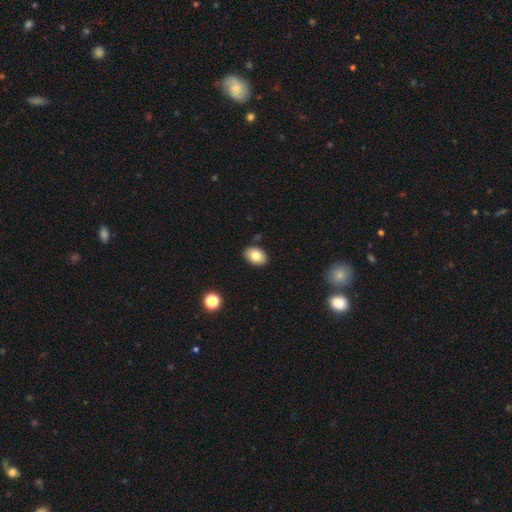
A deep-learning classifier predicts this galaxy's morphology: smooth_or_featured: smooth (p=0.80) [alt: featured or disk p=0.12]
how_rounded: in between (p=0.79) [alt: round p=0.20]
merging: none (p=0.87) [alt: minor disturbance p=0.09]